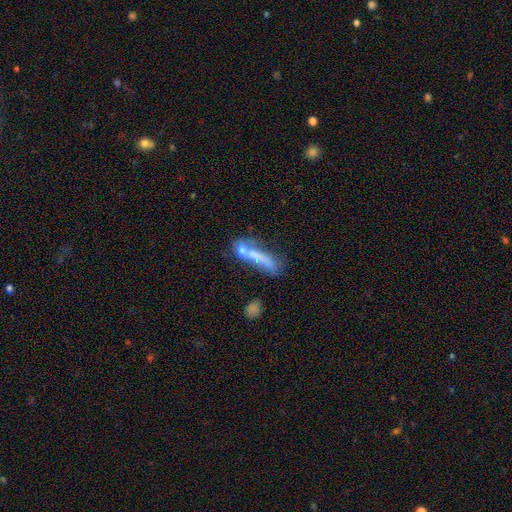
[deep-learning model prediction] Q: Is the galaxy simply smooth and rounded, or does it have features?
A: smooth — 53%.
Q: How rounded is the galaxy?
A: cigar-shaped — 72%.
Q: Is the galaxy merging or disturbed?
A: merger — 38%.